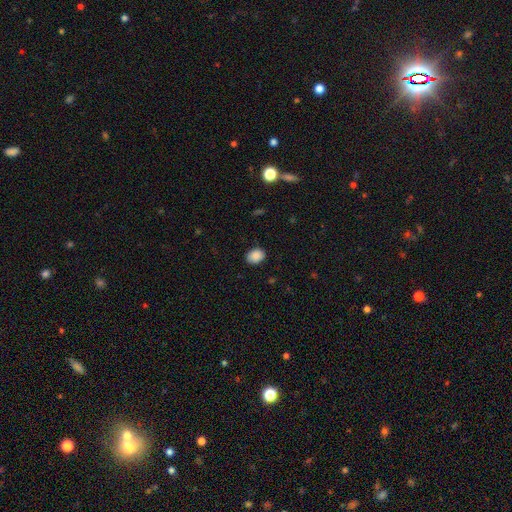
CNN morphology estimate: Overall: smooth (88%). How rounded: in between (55%; round 44%). Merging: none (85%).